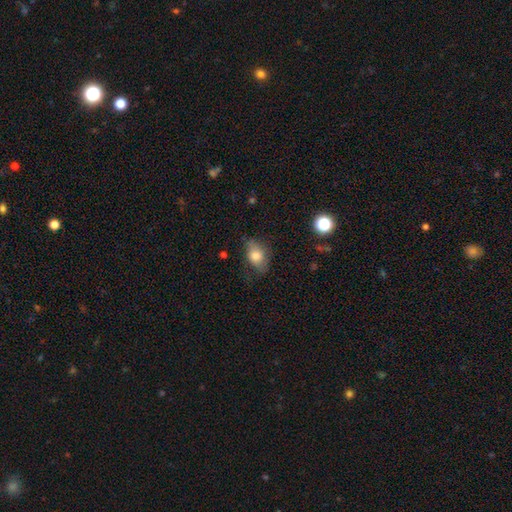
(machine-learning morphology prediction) Smooth or featured?
  - smooth: 76% *
  - featured or disk: 15%
  - star or artifact: 8%
How rounded?
  - in between: 82% *
  - round: 16%
  - cigar-shaped: 2%
Merging?
  - none: 65% *
  - minor disturbance: 25%
  - major disturbance: 8%
  - merger: 2%